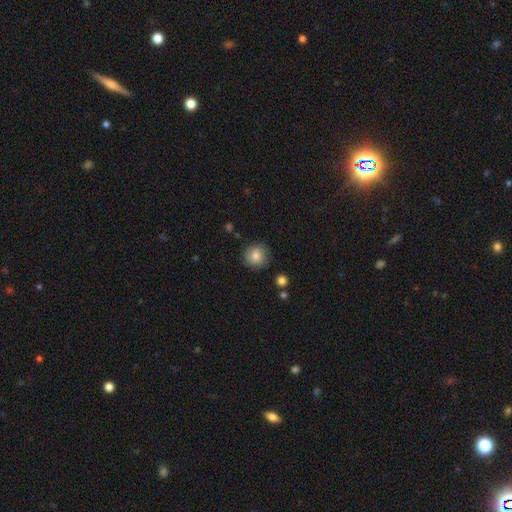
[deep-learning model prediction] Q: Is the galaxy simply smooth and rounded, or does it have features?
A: smooth — 81%.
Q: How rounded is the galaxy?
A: round — 89%.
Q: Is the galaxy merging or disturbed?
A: none — 83%.